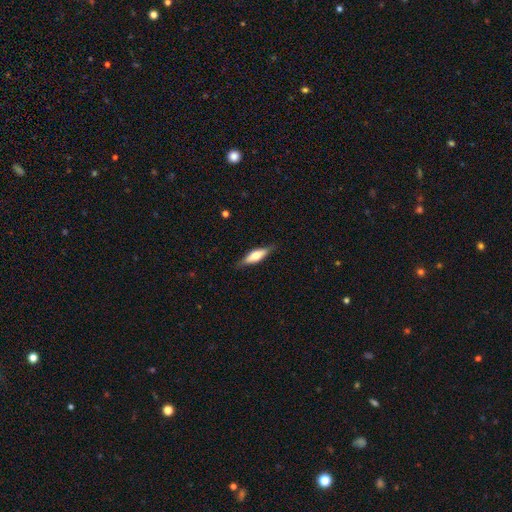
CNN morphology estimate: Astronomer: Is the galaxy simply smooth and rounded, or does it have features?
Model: smooth — 51% (runner-up: featured or disk, 43%).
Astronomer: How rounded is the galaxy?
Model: cigar-shaped — 52% (runner-up: in between, 46%).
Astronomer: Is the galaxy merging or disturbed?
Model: none — 83%.